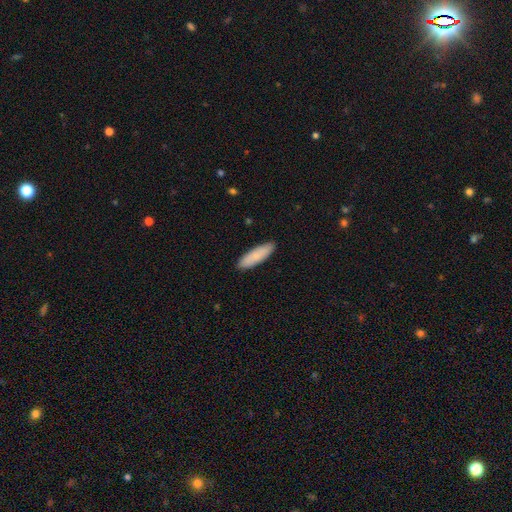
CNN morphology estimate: type=smooth (84%); roundness=cigar-shaped (56%); merging=none (89%).